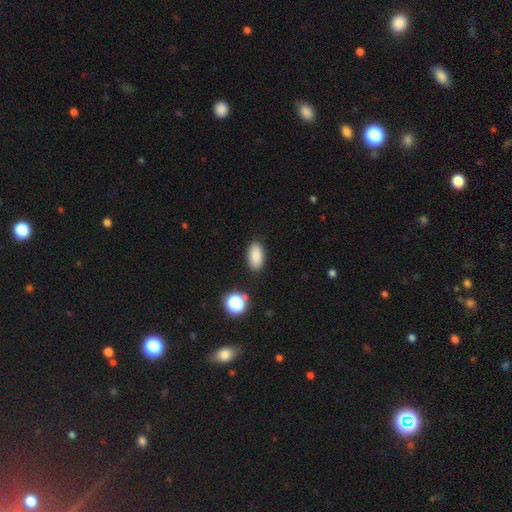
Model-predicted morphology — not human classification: A smooth galaxy with no disk features (87%) that is in between round and cigar-shaped (91%). Merging: none (88%).